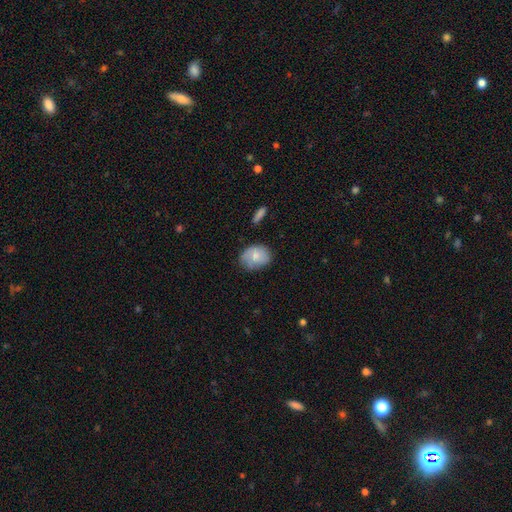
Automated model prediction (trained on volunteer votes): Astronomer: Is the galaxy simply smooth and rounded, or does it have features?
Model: smooth — 67%.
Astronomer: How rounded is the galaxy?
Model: in between — 56% (runner-up: round, 43%).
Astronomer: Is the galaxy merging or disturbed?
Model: none — 62%.